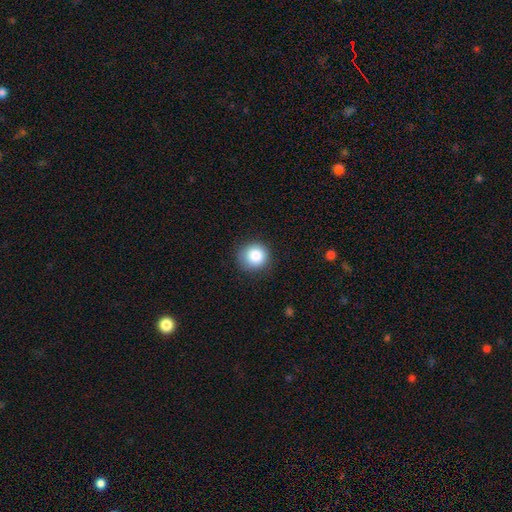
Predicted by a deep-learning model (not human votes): smooth-or-featured: smooth: 85% | star or artifact: 9% | featured or disk: 6%
  how-rounded: round: 92% | in between: 7% | cigar-shaped: 1%
  merging: none: 84% | minor disturbance: 12% | major disturbance: 3% | merger: 1%